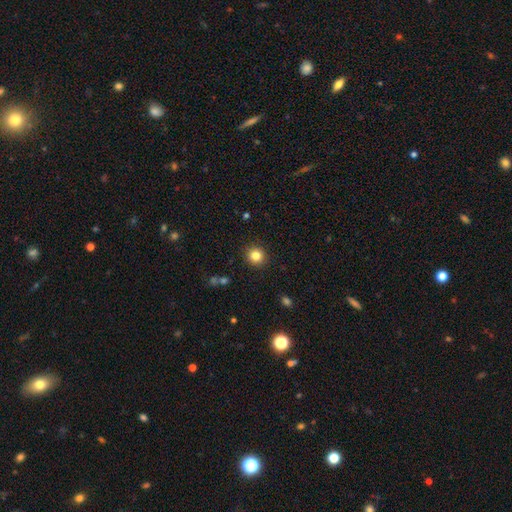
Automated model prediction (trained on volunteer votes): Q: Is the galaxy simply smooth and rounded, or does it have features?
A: smooth — 82%.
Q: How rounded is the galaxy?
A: round — 90%.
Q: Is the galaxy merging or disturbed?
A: none — 91%.